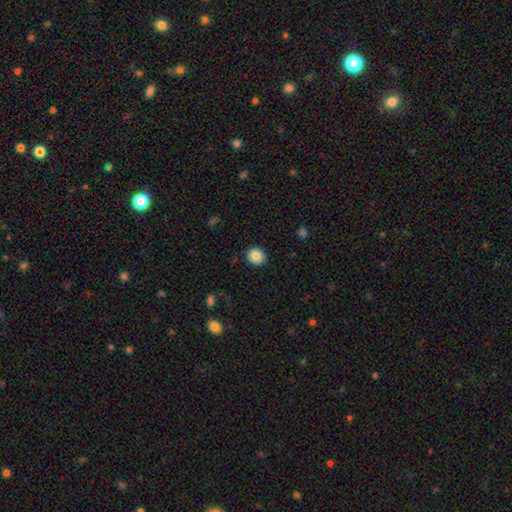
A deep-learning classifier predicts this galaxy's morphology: smooth 85%, star or artifact 9%, featured or disk 6%. Down the decision tree: how rounded — round (76%); merging — none (89%).